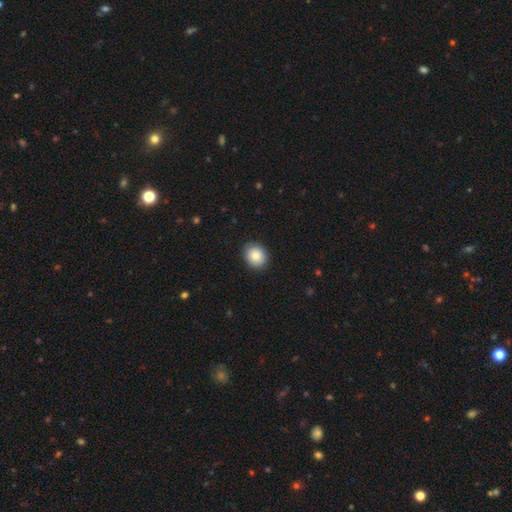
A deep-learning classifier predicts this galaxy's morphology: Smooth or featured?
  - smooth: 82% *
  - featured or disk: 10%
  - star or artifact: 8%
How rounded?
  - round: 73% *
  - in between: 26%
  - cigar-shaped: 1%
Merging?
  - none: 89% *
  - minor disturbance: 8%
  - major disturbance: 2%
  - merger: 1%